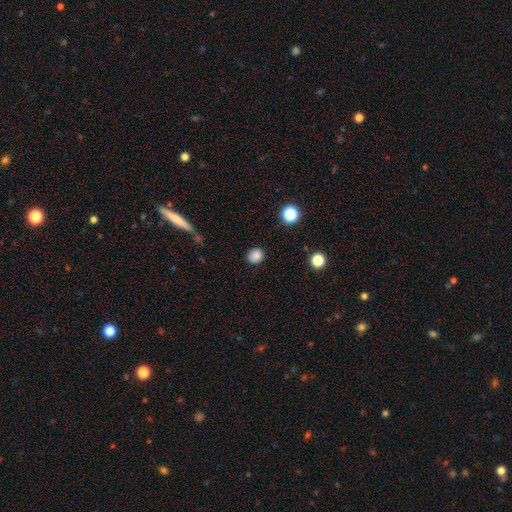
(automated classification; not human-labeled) A smooth galaxy with no disk features (85%) that is round (85%).

Vote fractions:
- Smooth or featured? smooth: 85% / star or artifact: 12% / featured or disk: 3%
- How rounded? round: 85% / in between: 14% / cigar-shaped: 1%
- Merging? none: 89% / minor disturbance: 8% / major disturbance: 2% / merger: 1%